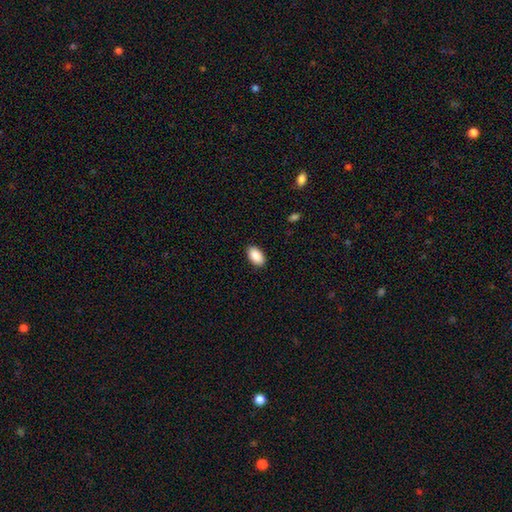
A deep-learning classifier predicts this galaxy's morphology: This appears to be a smooth galaxy with no disk features (90%) that is in between round and cigar-shaped (94%). Merging: none (89%).